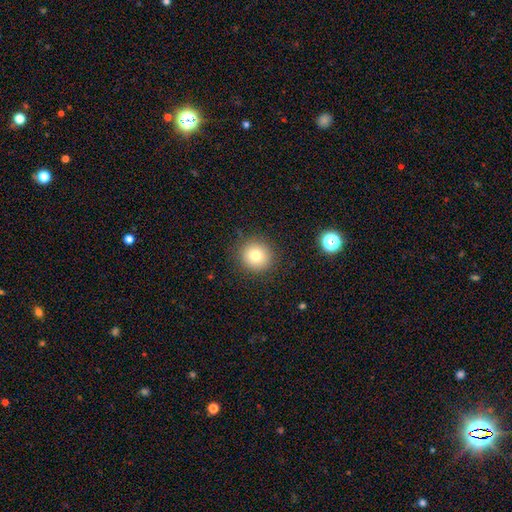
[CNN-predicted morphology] Smooth or featured?
  - smooth: 78% *
  - star or artifact: 12%
  - featured or disk: 10%
How rounded?
  - round: 94% *
  - in between: 5%
  - cigar-shaped: 1%
Merging?
  - none: 90% *
  - minor disturbance: 7%
  - major disturbance: 2%
  - merger: 1%